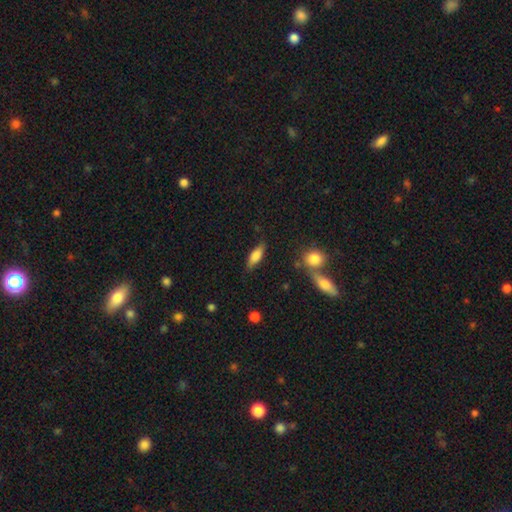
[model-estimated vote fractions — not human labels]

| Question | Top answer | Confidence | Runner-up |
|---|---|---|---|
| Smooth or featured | smooth | 70% | featured or disk (23%) |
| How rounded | in between | 62% | cigar-shaped (34%) |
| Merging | none | 76% | minor disturbance (16%) |